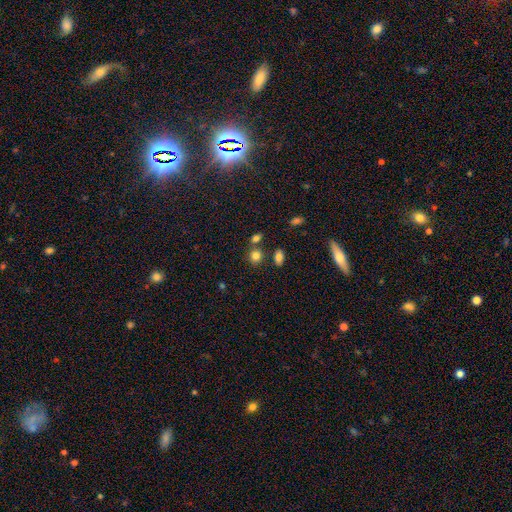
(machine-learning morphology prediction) Smooth or featured: smooth — 82% (star or artifact — 12%)
How rounded: round — 70% (in between — 28%)
Merging: none — 67% (merger — 18%)